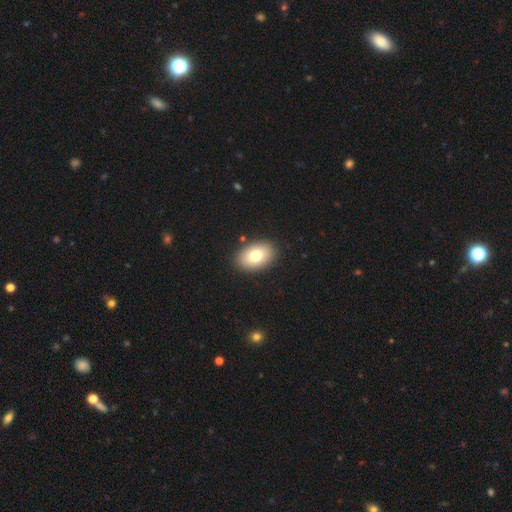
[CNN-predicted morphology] Q: Smooth or featured?
A: smooth (77%); runner-up: featured or disk (15%)
Q: How rounded?
A: in between (88%); runner-up: round (11%)
Q: Merging?
A: none (89%); runner-up: minor disturbance (7%)